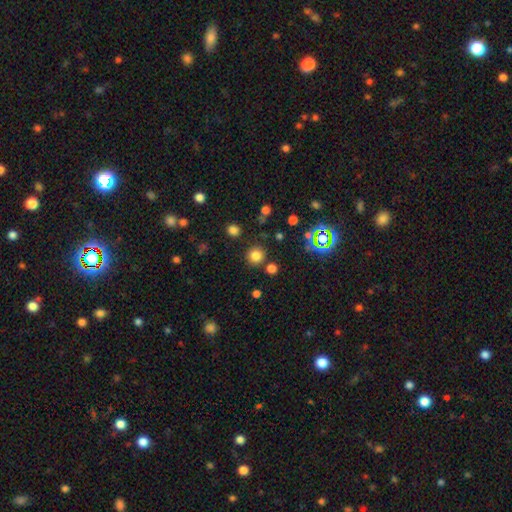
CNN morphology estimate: A smooth galaxy with no disk features (78%) that is round (93%). Merging: none (85%).